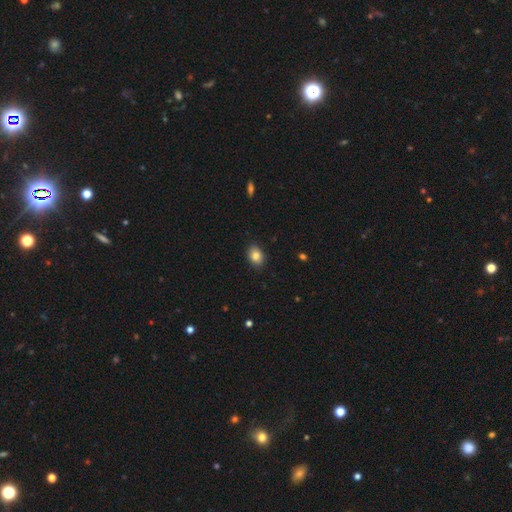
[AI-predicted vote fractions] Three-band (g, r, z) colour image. It shows a smooth galaxy with no disk features (84%) that is in between round and cigar-shaped (72%). Merging: none (88%).